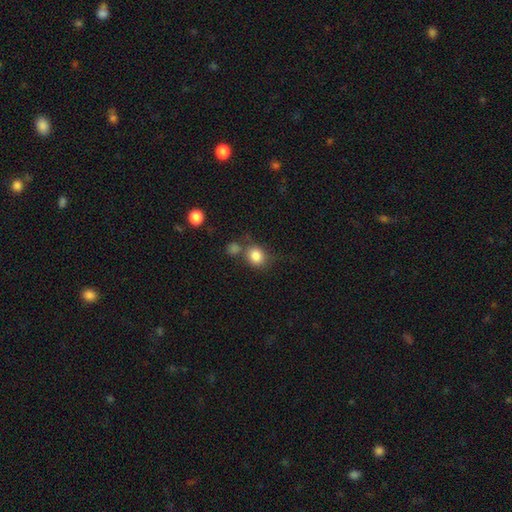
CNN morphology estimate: This is clearly a smooth galaxy (83%). How rounded: likely round (73%). Merging: possibly none (56%).